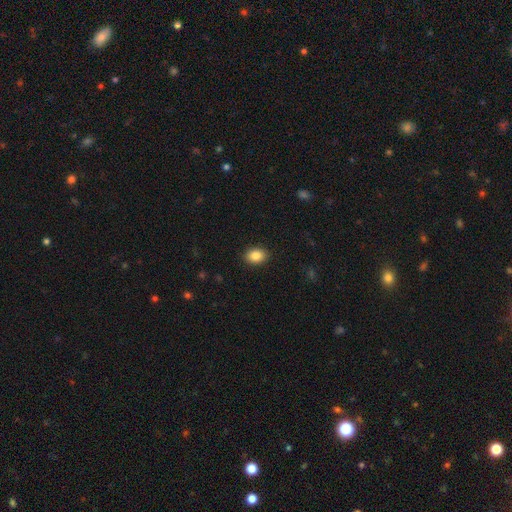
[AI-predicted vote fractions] Smooth or featured? smooth (86%)
How rounded? in between (66%)
Merging? none (90%)